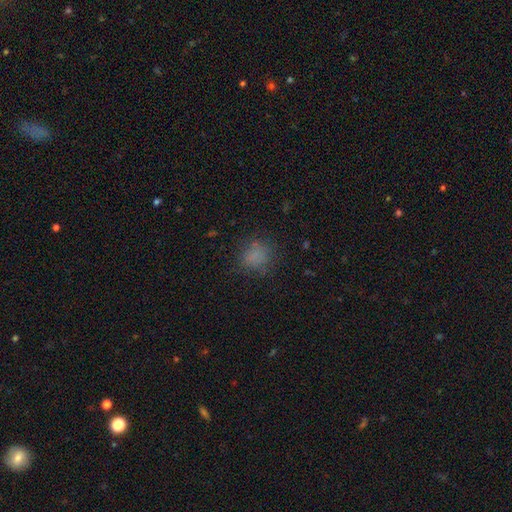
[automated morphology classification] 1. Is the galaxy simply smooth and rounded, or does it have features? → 77% smooth, 16% star or artifact, 7% featured or disk.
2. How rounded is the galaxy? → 74% round, 25% in between, 1% cigar-shaped.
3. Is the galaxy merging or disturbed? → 77% none, 14% minor disturbance, 7% major disturbance, 2% merger.